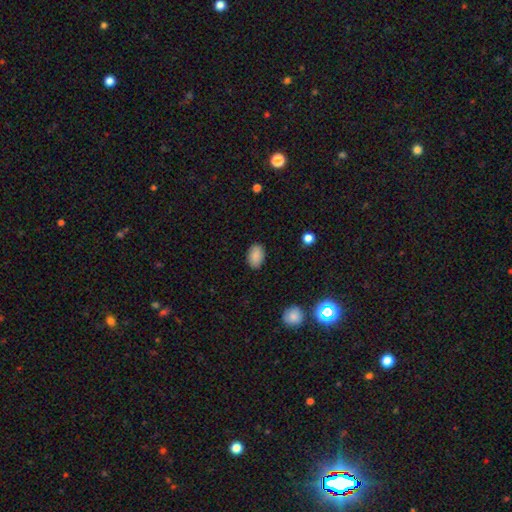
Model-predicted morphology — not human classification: Overall: smooth (89%). How rounded: in between (89%). Merging: none (88%).